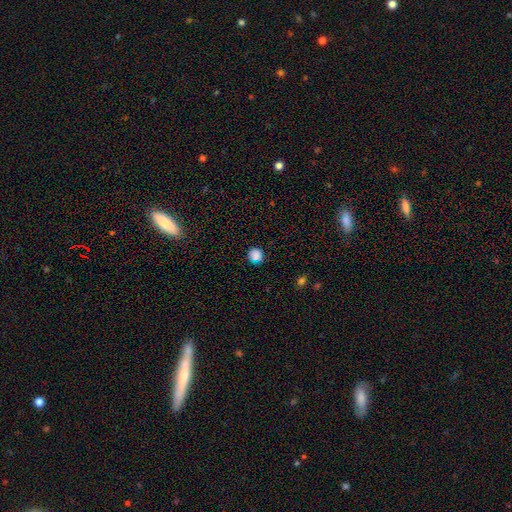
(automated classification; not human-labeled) This is clearly a smooth galaxy (82%). How rounded: clearly round (90%). Merging: clearly none (83%).